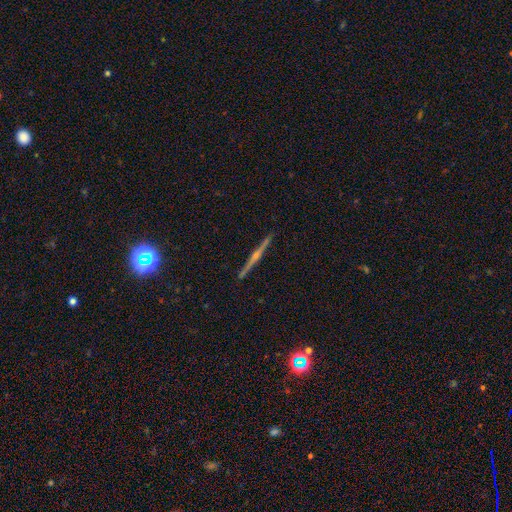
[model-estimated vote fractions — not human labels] A featured or disk galaxy (81%) viewed edge-on (98%) with a rounded central bulge (84%).

Vote fractions:
- Smooth or featured? featured or disk: 81% / smooth: 11% / star or artifact: 8%
- Edge-on disk? yes: 98% / no: 2%
- Edge-on bulge? rounded: 84% / none: 10% / boxy: 6%
- Merging? none: 92% / minor disturbance: 6% / merger: 1% / major disturbance: 1%